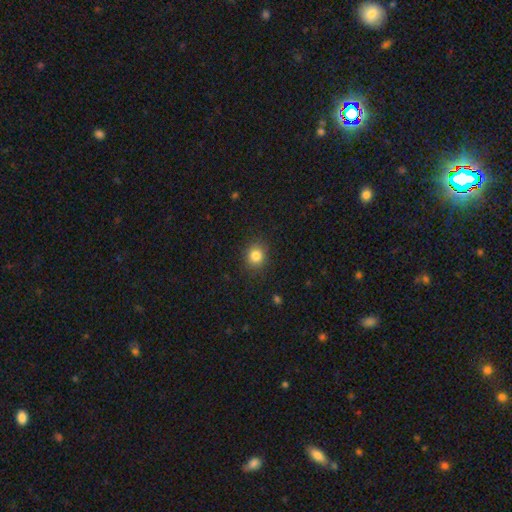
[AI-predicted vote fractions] This is clearly a smooth galaxy (84%). How rounded: likely round (78%). Merging: clearly none (88%).